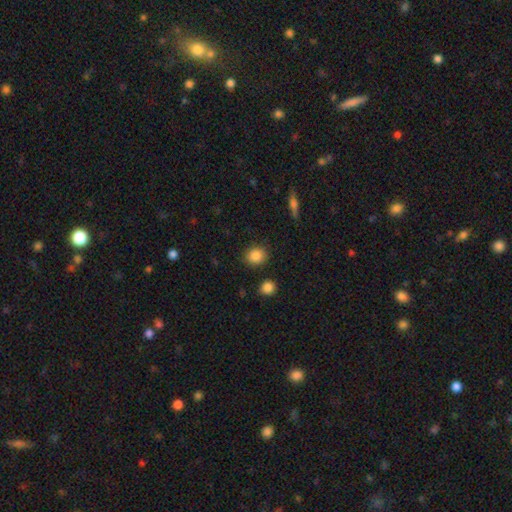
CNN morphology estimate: This is clearly a smooth galaxy (86%). How rounded: likely round (74%). Merging: clearly none (88%).